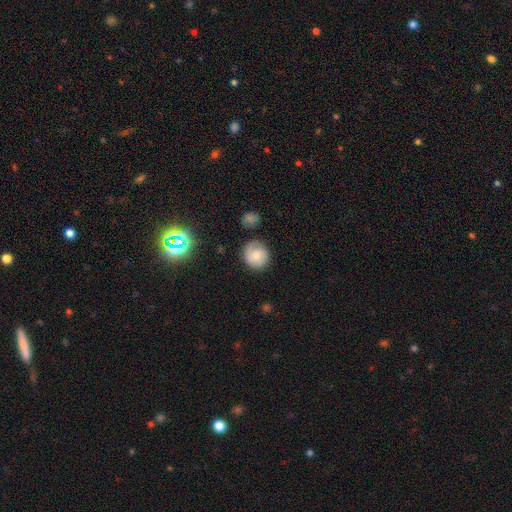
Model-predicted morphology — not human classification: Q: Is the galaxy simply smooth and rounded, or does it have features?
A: smooth — 65%.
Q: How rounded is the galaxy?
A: round — 88%.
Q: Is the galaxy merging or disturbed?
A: none — 74%.